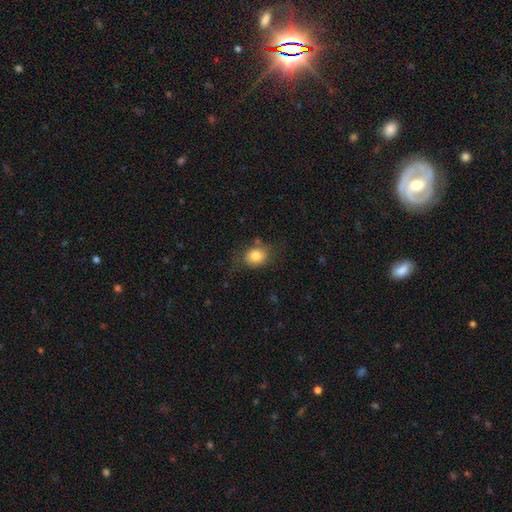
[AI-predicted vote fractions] Smooth or featured?
  - smooth: 80% *
  - featured or disk: 10%
  - star or artifact: 10%
How rounded?
  - round: 59% *
  - in between: 40%
  - cigar-shaped: 1%
Merging?
  - none: 68% *
  - minor disturbance: 21%
  - major disturbance: 8%
  - merger: 3%